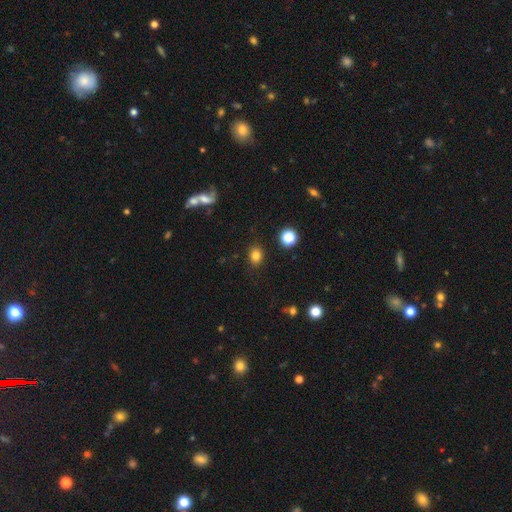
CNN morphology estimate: Smooth or featured?
  - smooth: 82% *
  - star or artifact: 12%
  - featured or disk: 5%
How rounded?
  - round: 55% *
  - in between: 44%
  - cigar-shaped: 1%
Merging?
  - none: 87% *
  - minor disturbance: 8%
  - major disturbance: 2%
  - merger: 2%